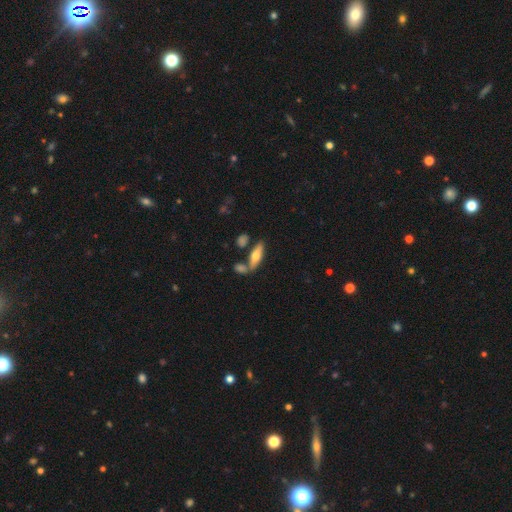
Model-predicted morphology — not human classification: type=smooth (55%); roundness=in between (52%); merging=none (62%).